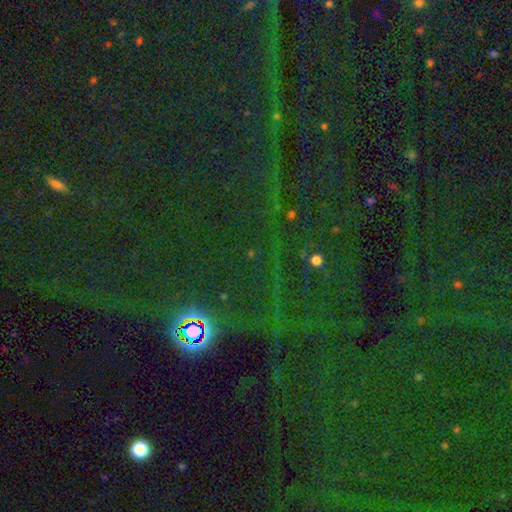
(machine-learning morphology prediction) star or artifact 83%, smooth 10%, featured or disk 7%.